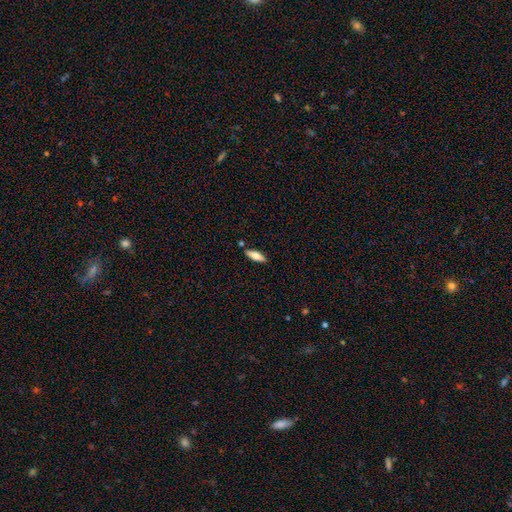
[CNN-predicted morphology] type=smooth (66%); roundness=in between (56%); merging=none (84%).